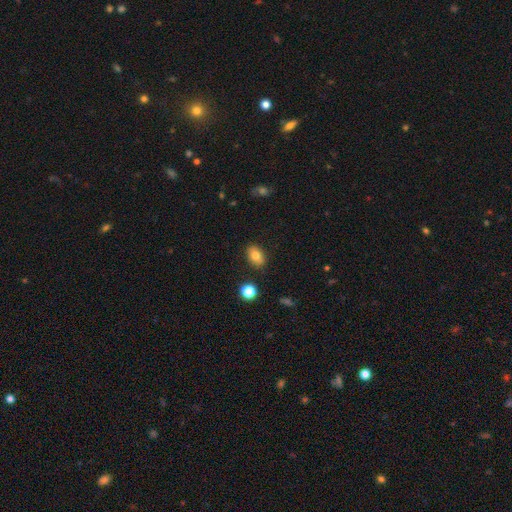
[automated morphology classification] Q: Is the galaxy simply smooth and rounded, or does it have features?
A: smooth — 77%.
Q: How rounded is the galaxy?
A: in between — 78%.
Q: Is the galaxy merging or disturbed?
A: none — 86%.